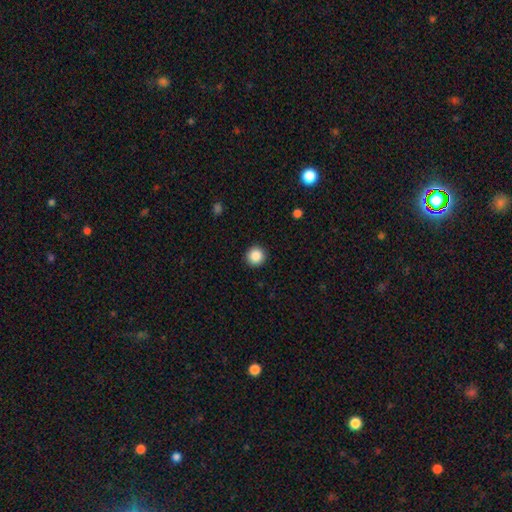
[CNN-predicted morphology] smooth-or-featured: smooth: 87% | star or artifact: 9% | featured or disk: 3%
  how-rounded: round: 95% | in between: 4% | cigar-shaped: 1%
  merging: none: 93% | minor disturbance: 5% | major disturbance: 2% | merger: 1%